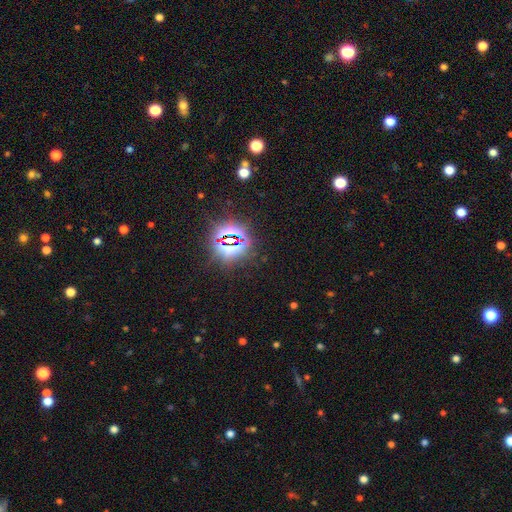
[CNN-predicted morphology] type=star or artifact (82%).